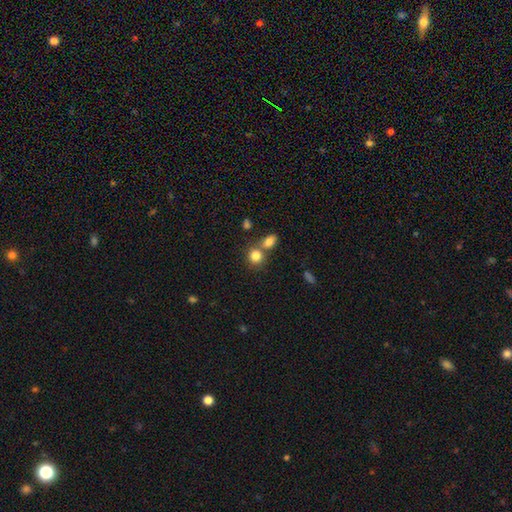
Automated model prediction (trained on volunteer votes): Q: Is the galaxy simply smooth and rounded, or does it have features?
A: smooth — 82%.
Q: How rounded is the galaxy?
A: round — 79%.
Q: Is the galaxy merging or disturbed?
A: none — 53%.